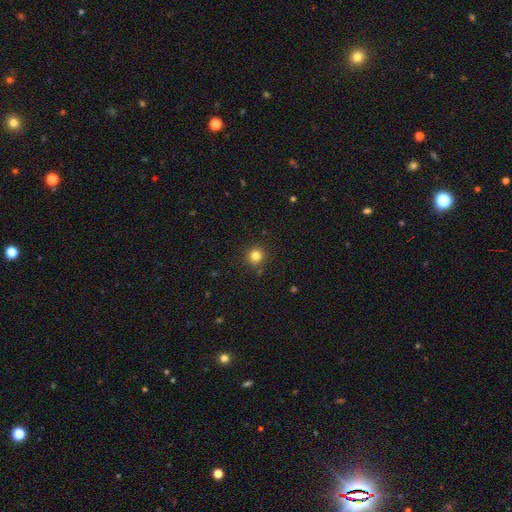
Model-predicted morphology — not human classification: A smooth galaxy with no disk features (81%) that is round (94%). Merging: none (89%).